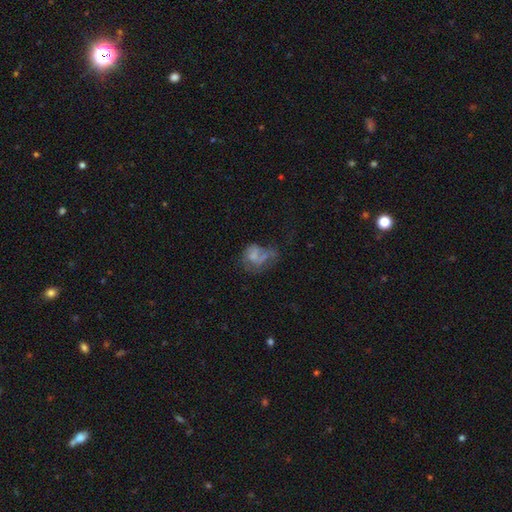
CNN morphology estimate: A smooth galaxy with no disk features (46%). Merging: major disturbance (42%).